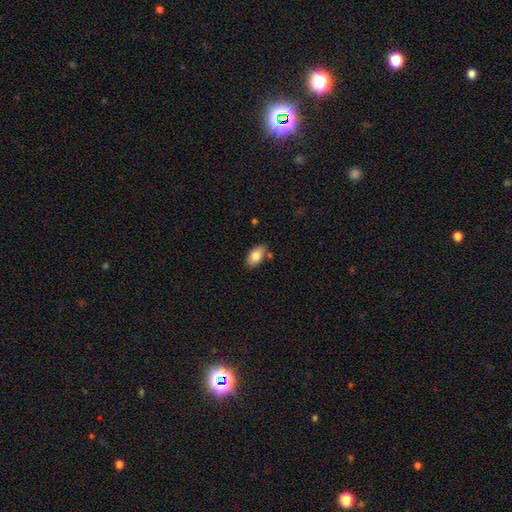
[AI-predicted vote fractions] Smooth or featured? Predicted: smooth (p=0.82). How rounded? Predicted: in between (p=0.92). Merging? Predicted: none (p=0.78).